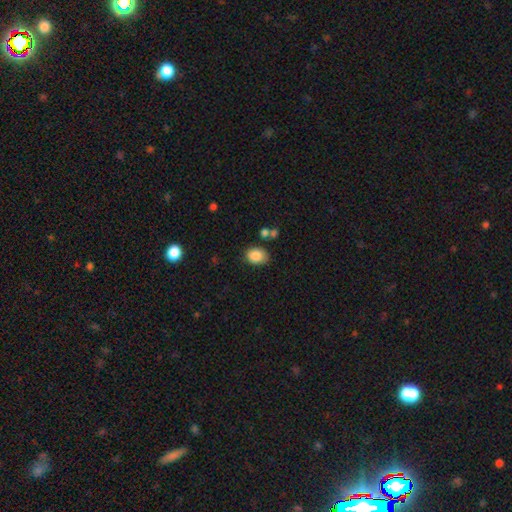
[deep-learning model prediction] Smooth or featured?
  - smooth: 86% *
  - star or artifact: 9%
  - featured or disk: 5%
How rounded?
  - in between: 64% *
  - round: 35%
  - cigar-shaped: 1%
Merging?
  - none: 74% *
  - minor disturbance: 16%
  - merger: 6%
  - major disturbance: 4%